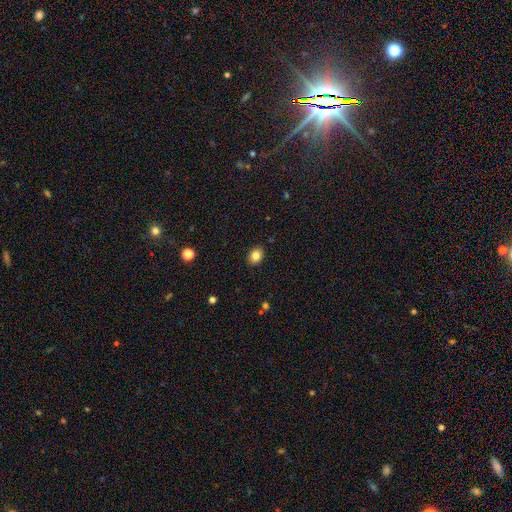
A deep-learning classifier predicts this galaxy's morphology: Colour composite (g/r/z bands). It shows a smooth galaxy with no disk features (84%) that is in between round and cigar-shaped (63%). Merging: none (89%).